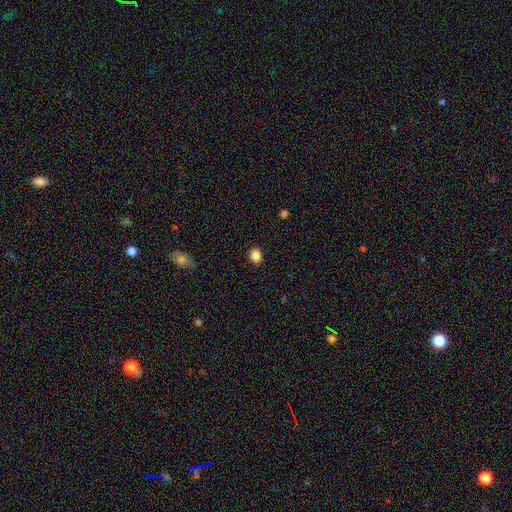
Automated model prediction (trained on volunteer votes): Smooth or featured: smooth — 86% (star or artifact — 11%)
How rounded: round — 68% (in between — 31%)
Merging: none — 90% (minor disturbance — 7%)